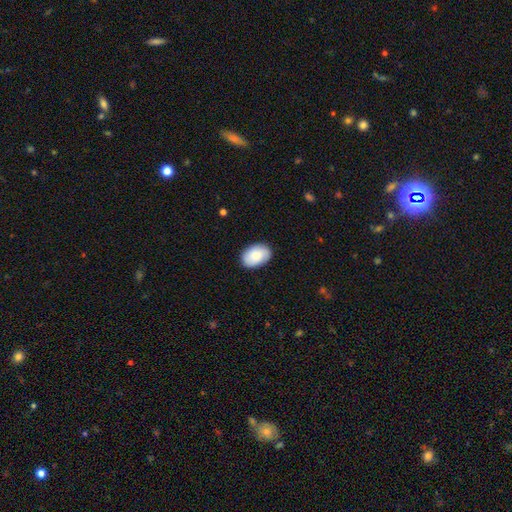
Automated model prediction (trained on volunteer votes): This is clearly a smooth galaxy (84%). How rounded: clearly in between (87%). Merging: clearly none (86%).